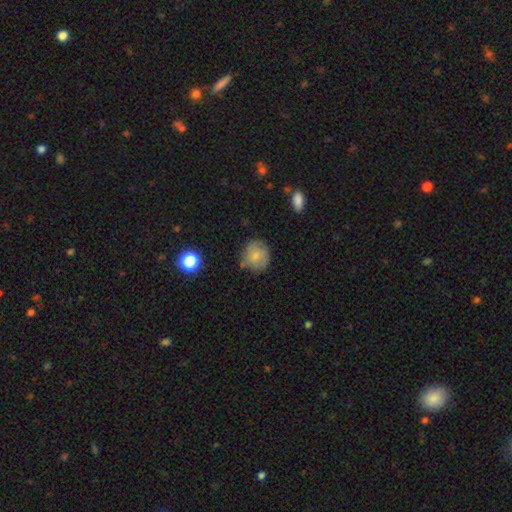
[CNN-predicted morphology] This appears to be a smooth galaxy with no disk features (71%) that is round (80%). Merging: none (67%).